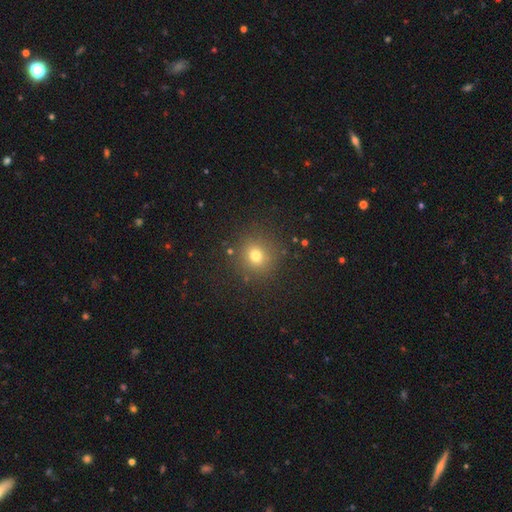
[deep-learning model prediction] Smooth or featured? smooth (73%)
How rounded? round (89%)
Merging? none (87%)